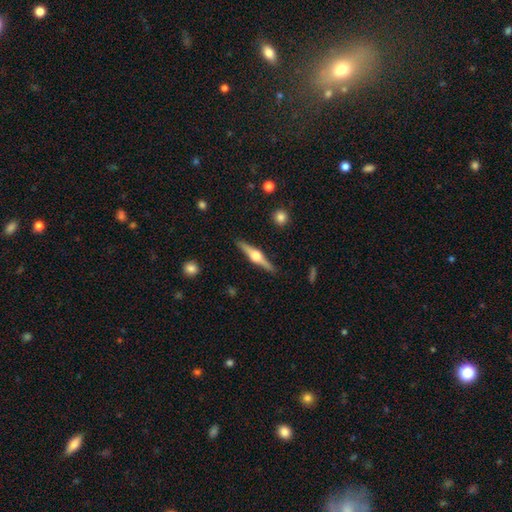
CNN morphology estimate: Smooth or featured? featured or disk (79%)
Edge-on disk? yes (98%)
Edge-on bulge? rounded (94%)
Merging? none (90%)